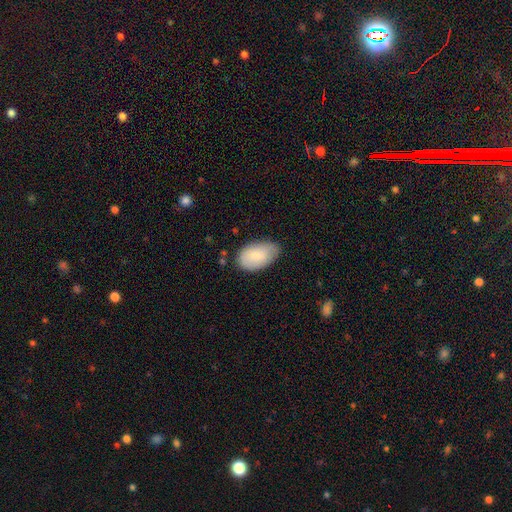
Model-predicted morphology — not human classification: smooth_or_featured: smooth (p=0.79) [alt: featured or disk p=0.15]
how_rounded: in between (p=0.93) [alt: round p=0.06]
merging: none (p=0.67) [alt: minor disturbance p=0.27]